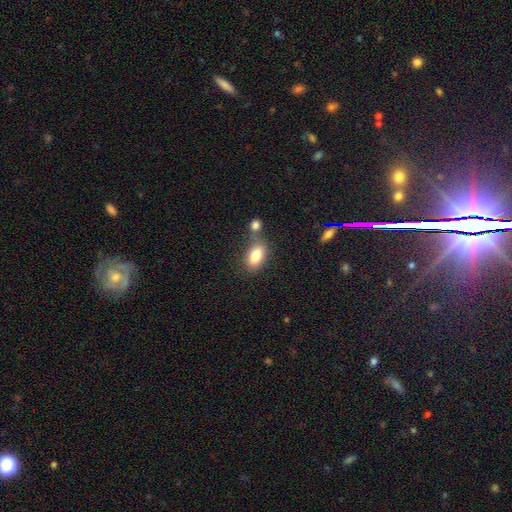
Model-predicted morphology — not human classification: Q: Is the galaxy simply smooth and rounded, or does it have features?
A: smooth — 82%.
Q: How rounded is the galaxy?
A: in between — 88%.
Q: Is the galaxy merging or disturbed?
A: none — 53%.